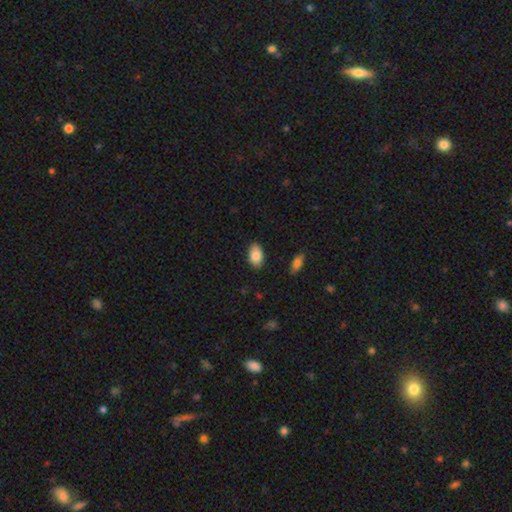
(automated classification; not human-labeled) This is clearly a smooth galaxy (85%). How rounded: clearly in between (93%). Merging: clearly none (87%).